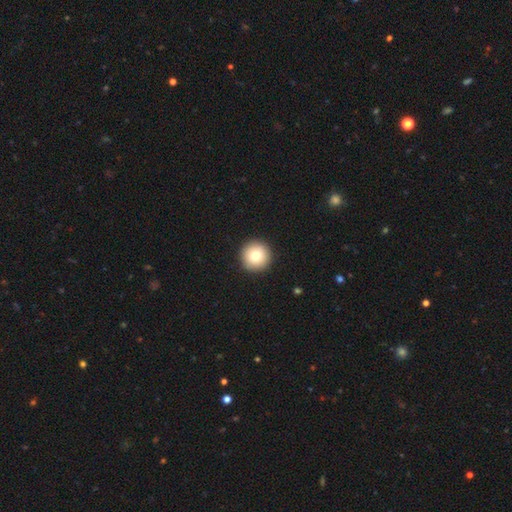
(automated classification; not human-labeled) This appears to be a smooth galaxy with no disk features (78%) that is round (97%). Merging: none (94%).